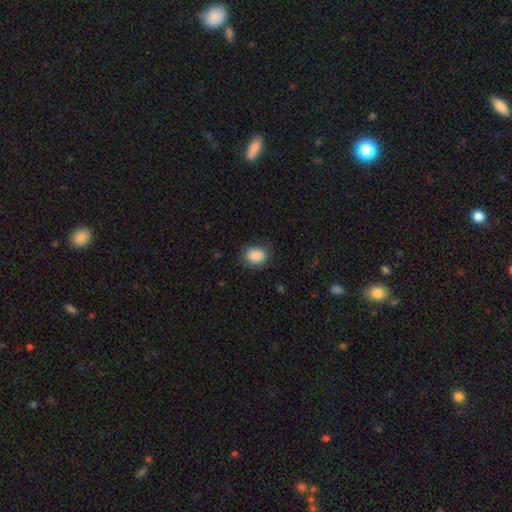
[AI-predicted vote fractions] Smooth or featured? Predicted: smooth (p=0.88). How rounded? Predicted: in between (p=0.55). Merging? Predicted: none (p=0.79).